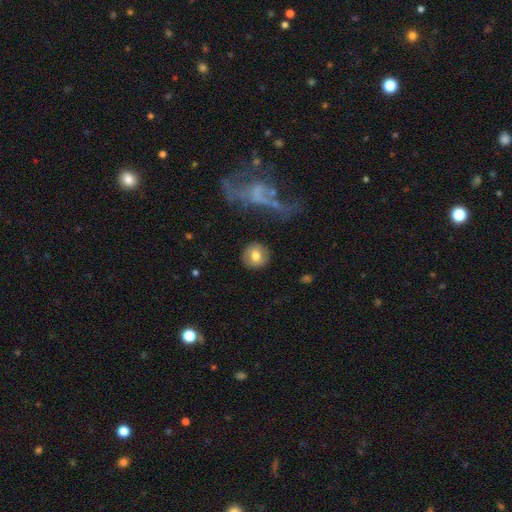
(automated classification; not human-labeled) smooth_or_featured: smooth (p=0.74) [alt: featured or disk p=0.18]
how_rounded: round (p=0.91) [alt: in between p=0.08]
merging: none (p=0.87) [alt: minor disturbance p=0.07]